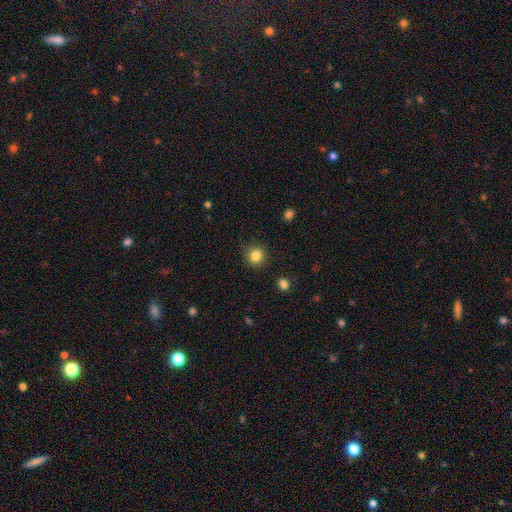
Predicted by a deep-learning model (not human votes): smooth-or-featured: smooth: 83% | star or artifact: 12% | featured or disk: 5%
  how-rounded: round: 92% | in between: 7% | cigar-shaped: 1%
  merging: none: 89% | minor disturbance: 7% | major disturbance: 2% | merger: 1%